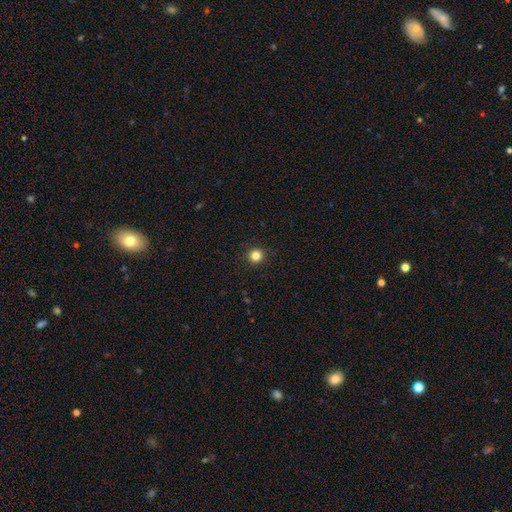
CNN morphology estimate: The model was most divided on "smooth or featured": smooth: 83%, star or artifact: 12%, featured or disk: 4%. More confident: how rounded — round (95%); merging — none (93%).